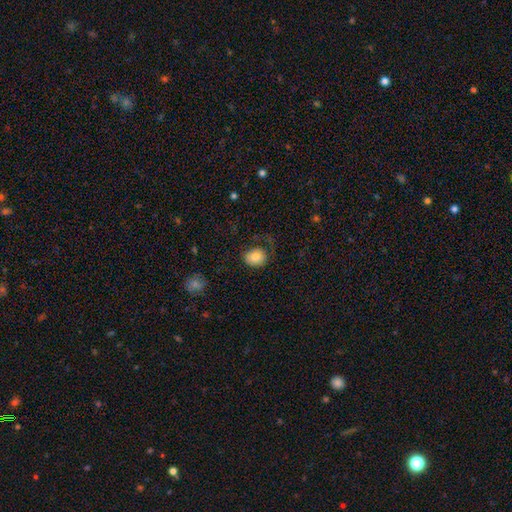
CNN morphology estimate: A smooth galaxy with no disk features (80%) that is round (62%).

Vote fractions:
- Smooth or featured? smooth: 80% / featured or disk: 11% / star or artifact: 8%
- How rounded? round: 62% / in between: 37% / cigar-shaped: 1%
- Merging? none: 62% / minor disturbance: 19% / major disturbance: 17% / merger: 2%